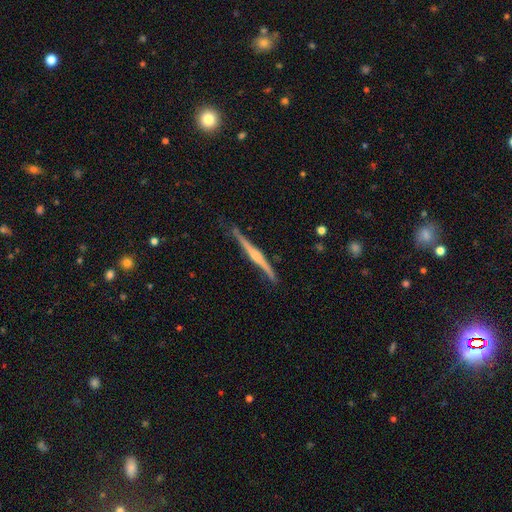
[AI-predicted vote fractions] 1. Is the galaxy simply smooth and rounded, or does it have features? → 77% featured or disk, 18% smooth, 5% star or artifact.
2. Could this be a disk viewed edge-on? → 98% yes, 2% no.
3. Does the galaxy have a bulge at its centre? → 70% rounded, 18% none, 12% boxy.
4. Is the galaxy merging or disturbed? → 82% none, 14% minor disturbance, 2% major disturbance, 2% merger.